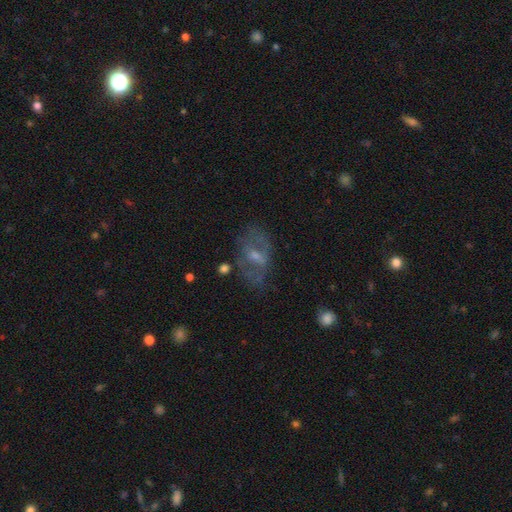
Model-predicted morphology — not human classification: Smooth or featured? Predicted: featured or disk (p=0.60). Edge-on disk? Predicted: no (p=0.93). Bar? Predicted: weak (p=0.42). Spiral arms? Predicted: no (p=0.64). Bulge size? Predicted: small (p=0.47). Merging? Predicted: none (p=0.52).